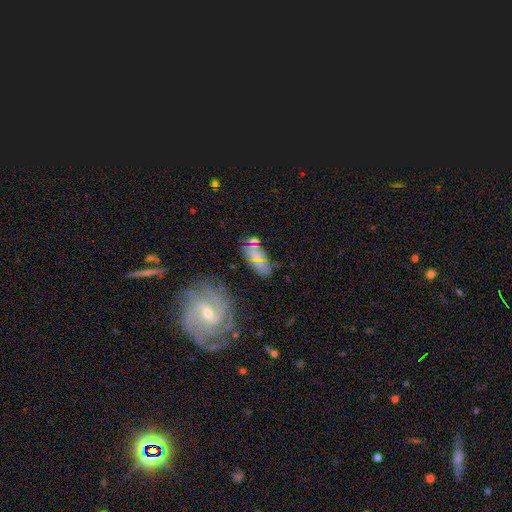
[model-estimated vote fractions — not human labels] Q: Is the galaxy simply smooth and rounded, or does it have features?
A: smooth — 57%.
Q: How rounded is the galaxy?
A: in between — 89%.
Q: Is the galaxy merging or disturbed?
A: none — 67%.